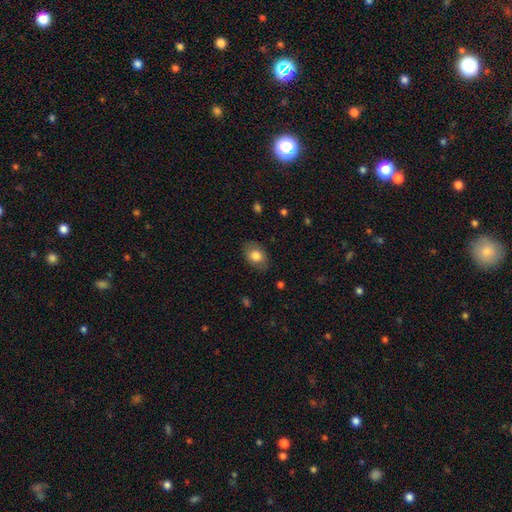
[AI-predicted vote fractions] A smooth galaxy with no disk features (79%) that is in between round and cigar-shaped (80%).

Vote fractions:
- Smooth or featured? smooth: 79% / featured or disk: 13% / star or artifact: 7%
- How rounded? in between: 80% / round: 19% / cigar-shaped: 1%
- Merging? none: 82% / minor disturbance: 14% / major disturbance: 3% / merger: 1%